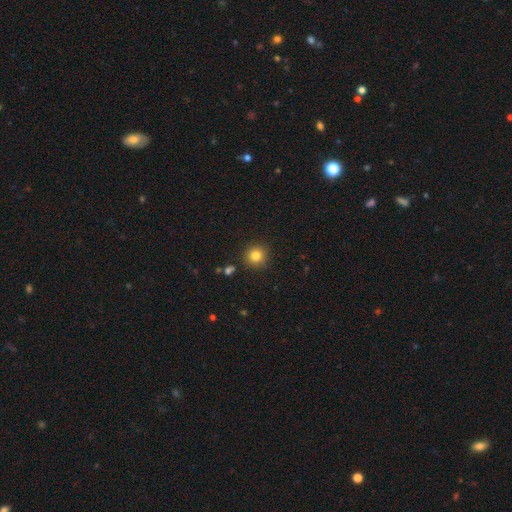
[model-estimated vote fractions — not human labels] The model was most divided on "smooth or featured": smooth: 83%, star or artifact: 11%, featured or disk: 6%. More confident: how rounded — round (92%); merging — none (88%).